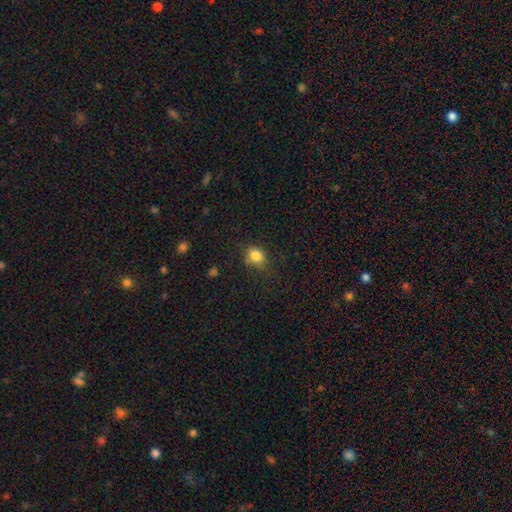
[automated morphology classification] Smooth or featured?
  - smooth: 83% *
  - star or artifact: 12%
  - featured or disk: 6%
How rounded?
  - round: 59% *
  - in between: 40%
  - cigar-shaped: 1%
Merging?
  - none: 70% *
  - minor disturbance: 21%
  - major disturbance: 6%
  - merger: 3%